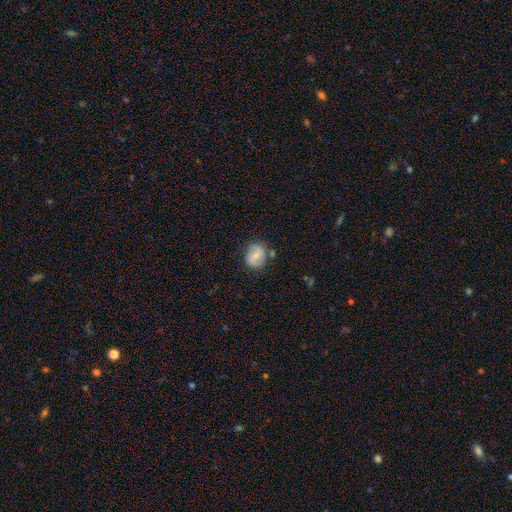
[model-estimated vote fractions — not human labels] Morphology: type=featured or disk (47%); merging=none (70%).